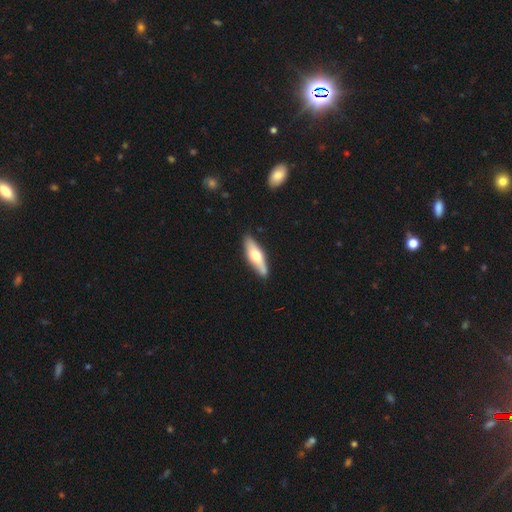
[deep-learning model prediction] The model was most divided on "smooth or featured": smooth: 50%, featured or disk: 46%, star or artifact: 5%. More confident: merging — none (84%).